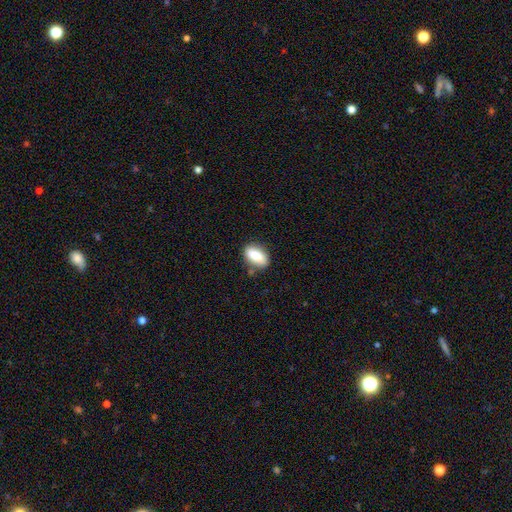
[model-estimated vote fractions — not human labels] Smooth or featured? smooth (86%)
How rounded? in between (89%)
Merging? none (78%)